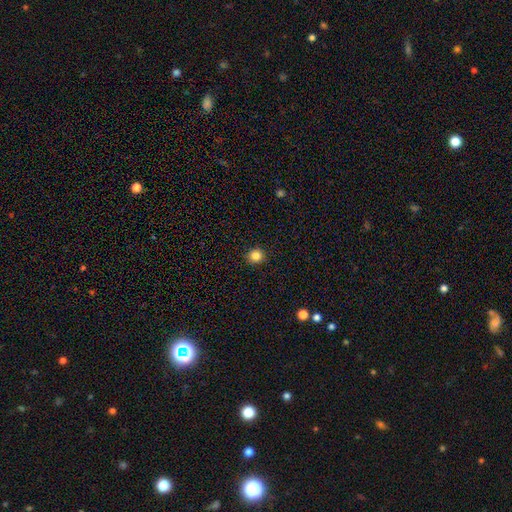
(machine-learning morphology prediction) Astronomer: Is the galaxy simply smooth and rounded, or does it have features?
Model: smooth — 84%.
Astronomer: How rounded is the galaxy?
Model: round — 92%.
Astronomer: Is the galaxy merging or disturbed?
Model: none — 92%.